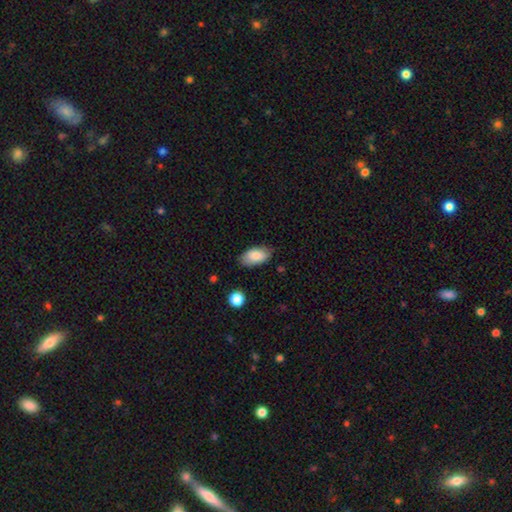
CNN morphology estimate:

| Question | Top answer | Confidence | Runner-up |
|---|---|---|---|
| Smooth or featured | smooth | 85% | featured or disk (9%) |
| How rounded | in between | 94% | round (3%) |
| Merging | none | 78% | minor disturbance (17%) |